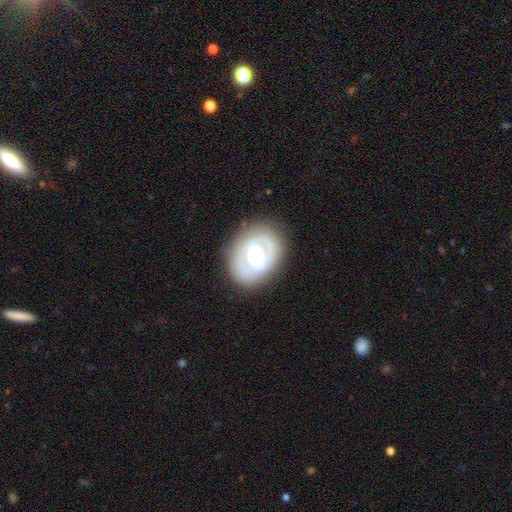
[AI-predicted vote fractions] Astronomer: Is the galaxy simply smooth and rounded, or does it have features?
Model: featured or disk — 71%.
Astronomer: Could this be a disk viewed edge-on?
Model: no — 96%.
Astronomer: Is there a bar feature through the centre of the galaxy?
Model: weak — 39% (runner-up: no, 36%).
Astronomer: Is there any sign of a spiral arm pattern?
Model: no — 52% (runner-up: yes, 48%).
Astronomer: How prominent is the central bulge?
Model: moderate — 67%.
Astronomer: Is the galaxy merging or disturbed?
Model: none — 79%.